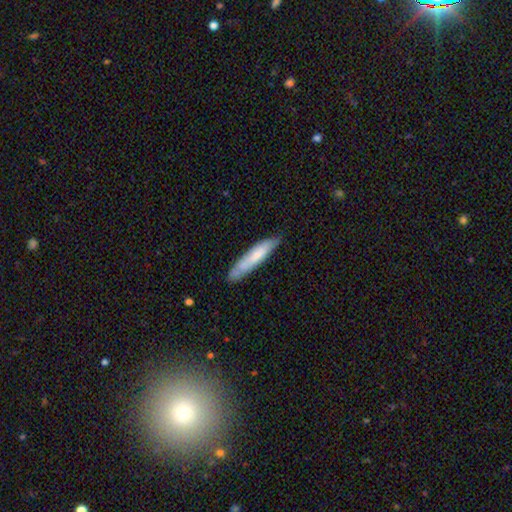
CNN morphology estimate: Q: Smooth or featured?
A: smooth (70%); runner-up: featured or disk (25%)
Q: How rounded?
A: cigar-shaped (87%); runner-up: in between (12%)
Q: Merging?
A: none (77%); runner-up: minor disturbance (18%)